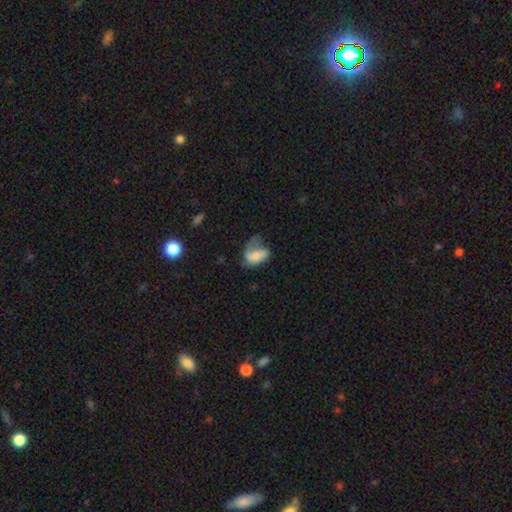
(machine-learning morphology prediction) type=smooth (52%); roundness=in between (85%); merging=major disturbance (43%).